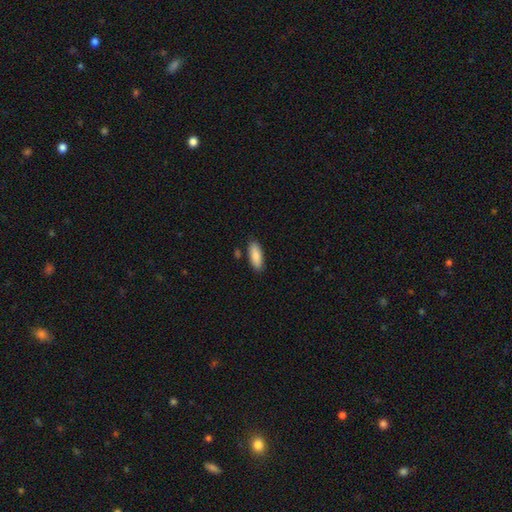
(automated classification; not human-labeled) Morphology: type=smooth (87%); roundness=in between (73%); merging=none (85%).